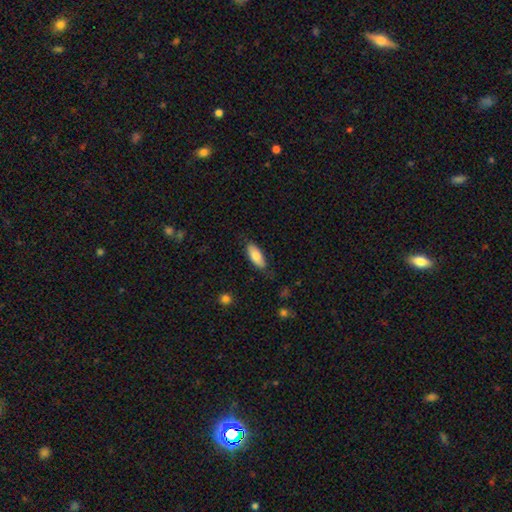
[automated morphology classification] smooth_or_featured: smooth (p=0.79) [alt: featured or disk p=0.15]
how_rounded: in between (p=0.83) [alt: cigar-shaped p=0.15]
merging: none (p=0.81) [alt: minor disturbance p=0.15]